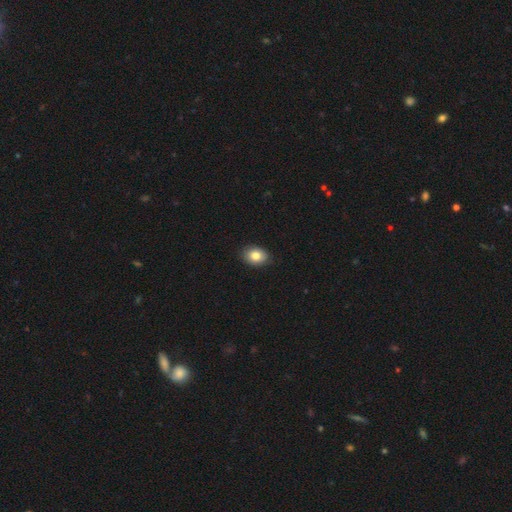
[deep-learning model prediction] A smooth galaxy with no disk features (83%) that is in between round and cigar-shaped (72%). Merging: none (88%).